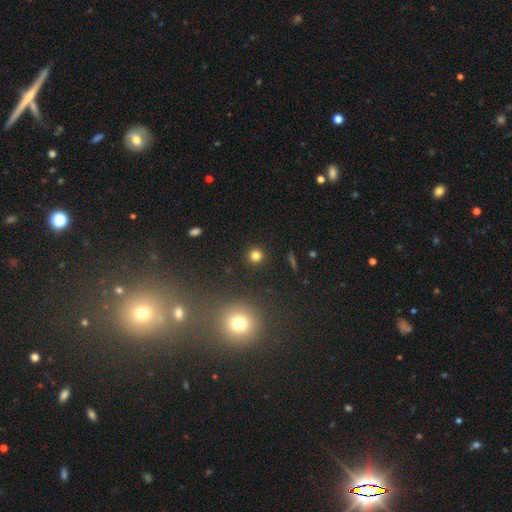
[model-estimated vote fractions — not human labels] smooth-or-featured: smooth: 81% | star or artifact: 14% | featured or disk: 5%
  how-rounded: round: 93% | in between: 6% | cigar-shaped: 1%
  merging: none: 91% | minor disturbance: 5% | major disturbance: 2% | merger: 2%